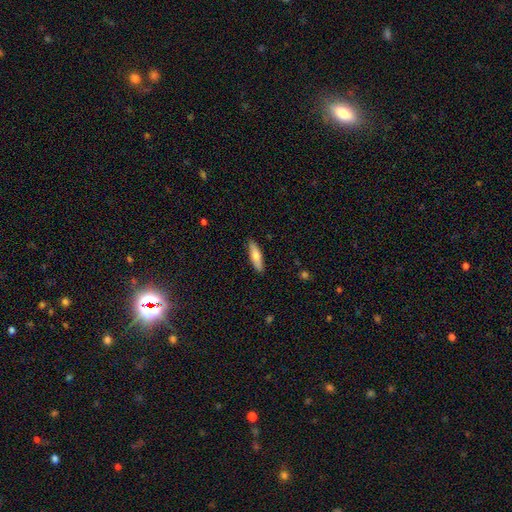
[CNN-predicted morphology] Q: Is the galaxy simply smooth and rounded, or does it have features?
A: smooth — 67%.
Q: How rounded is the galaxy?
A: cigar-shaped — 65%.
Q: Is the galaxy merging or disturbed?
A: none — 89%.